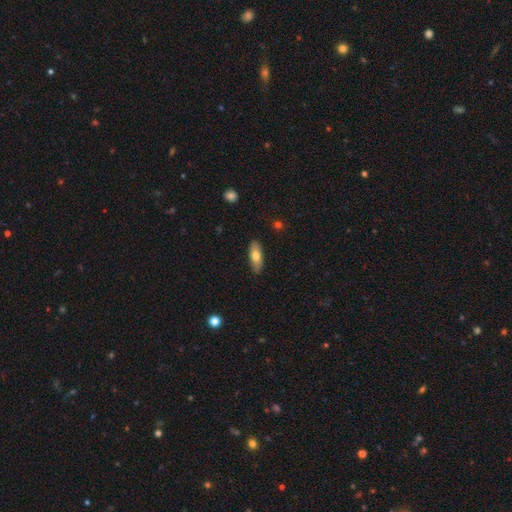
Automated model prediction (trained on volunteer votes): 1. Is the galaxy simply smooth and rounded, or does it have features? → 70% smooth, 23% featured or disk, 6% star or artifact.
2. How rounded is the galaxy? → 71% in between, 27% cigar-shaped, 3% round.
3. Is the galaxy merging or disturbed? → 86% none, 11% minor disturbance, 2% major disturbance, 1% merger.